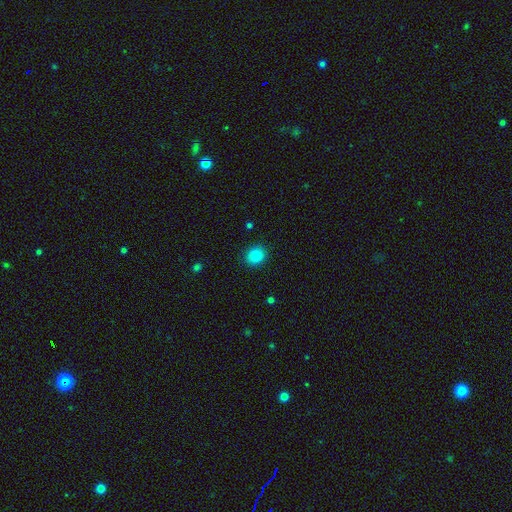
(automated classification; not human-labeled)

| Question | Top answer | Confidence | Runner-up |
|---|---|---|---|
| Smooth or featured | smooth | 86% | star or artifact (10%) |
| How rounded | round | 71% | in between (28%) |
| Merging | none | 89% | minor disturbance (7%) |